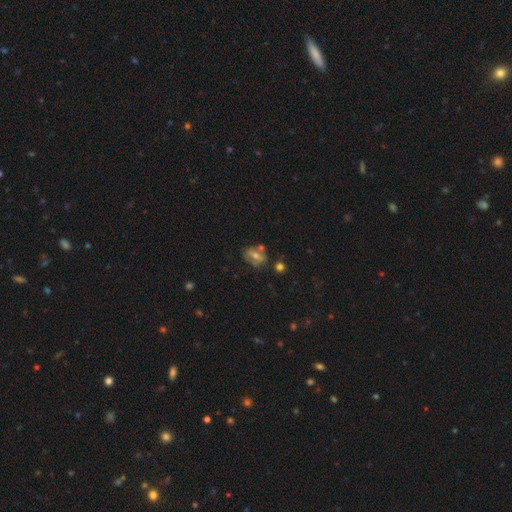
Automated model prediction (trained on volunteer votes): A smooth galaxy with no disk features (43%). Merging: none (62%).